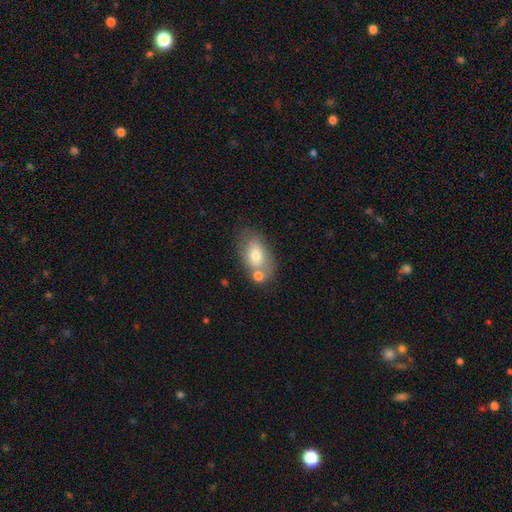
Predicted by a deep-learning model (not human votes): smooth_or_featured: smooth (p=0.71) [alt: featured or disk p=0.21]
how_rounded: in between (p=0.86) [alt: round p=0.12]
merging: none (p=0.56) [alt: merger p=0.21]